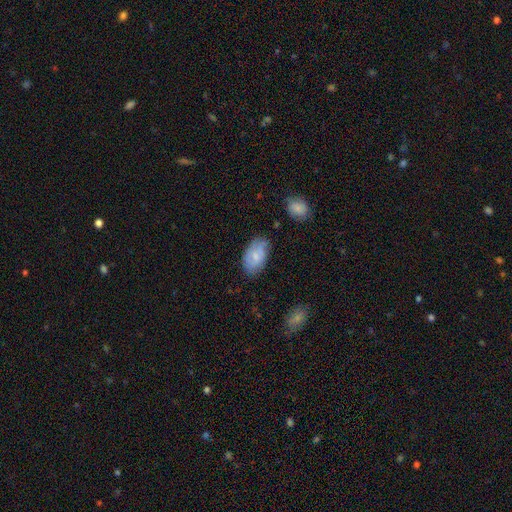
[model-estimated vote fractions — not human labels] A smooth galaxy with no disk features (63%) that is in between round and cigar-shaped (93%).

Vote fractions:
- Smooth or featured? smooth: 63% / featured or disk: 29% / star or artifact: 7%
- How rounded? in between: 93% / round: 5% / cigar-shaped: 2%
- Merging? none: 71% / minor disturbance: 22% / major disturbance: 5% / merger: 2%